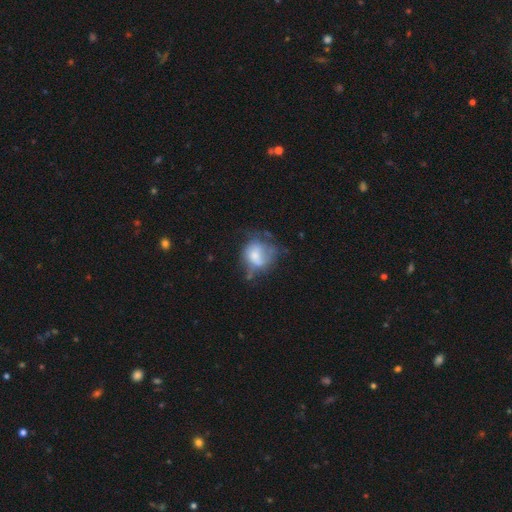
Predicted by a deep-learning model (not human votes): smooth 53%, featured or disk 38%, star or artifact 9%. Down the decision tree: how rounded — round (63%); merging — none (33%).